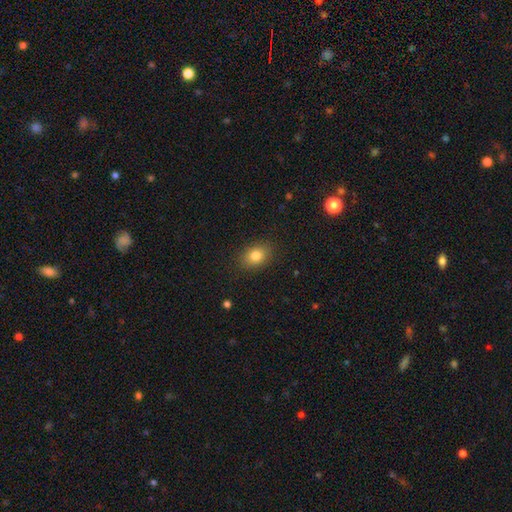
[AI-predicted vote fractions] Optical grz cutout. It shows a smooth galaxy with no disk features (82%) that is in between round and cigar-shaped (72%). Merging: none (87%).